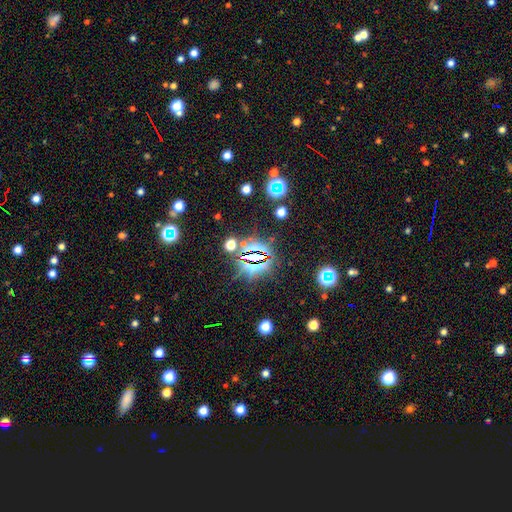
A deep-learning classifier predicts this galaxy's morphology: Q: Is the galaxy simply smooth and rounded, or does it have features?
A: star or artifact — 81%.